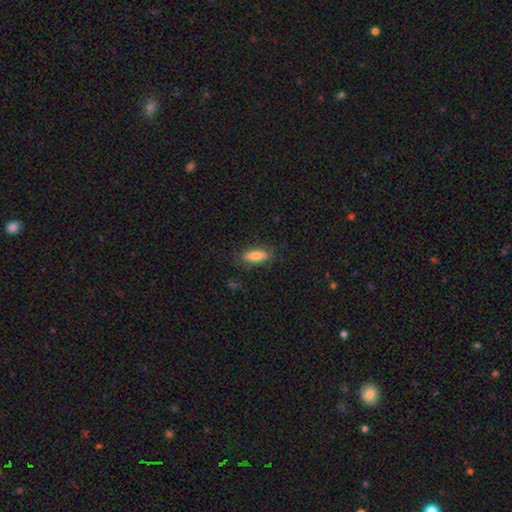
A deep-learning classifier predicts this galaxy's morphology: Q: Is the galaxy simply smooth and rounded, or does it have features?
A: smooth — 82%.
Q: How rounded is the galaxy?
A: in between — 59%.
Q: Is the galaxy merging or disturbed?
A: none — 82%.